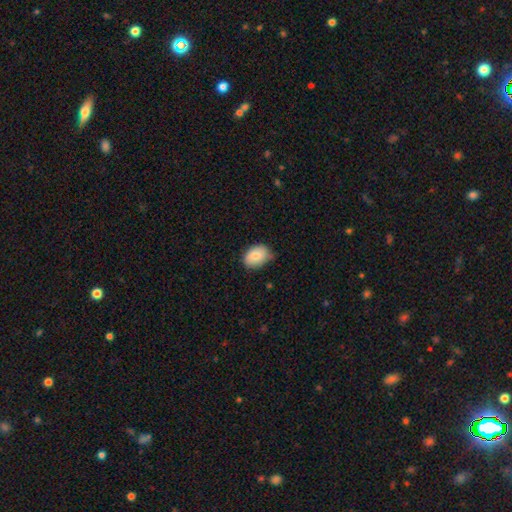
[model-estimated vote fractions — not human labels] This appears to be a smooth galaxy with no disk features (82%) that is in between round and cigar-shaped (77%). Merging: none (67%).